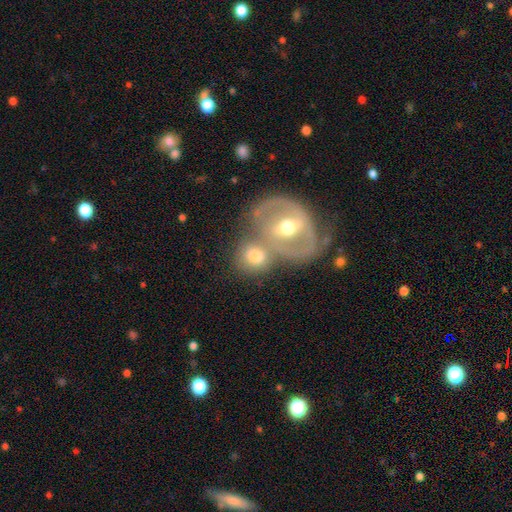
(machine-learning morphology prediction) Smooth or featured? featured or disk (48%)
Merging? merger (45%)